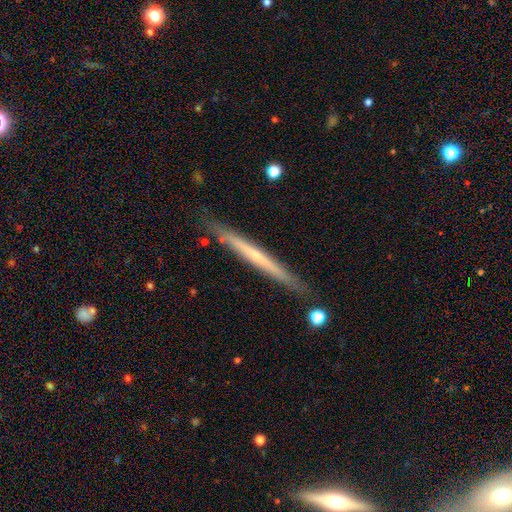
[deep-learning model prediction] This is likely a featured or disk galaxy (61%). It is clearly viewed edge-on (97%). Edge-on bulge: likely none (69%). Merging: clearly none (87%).